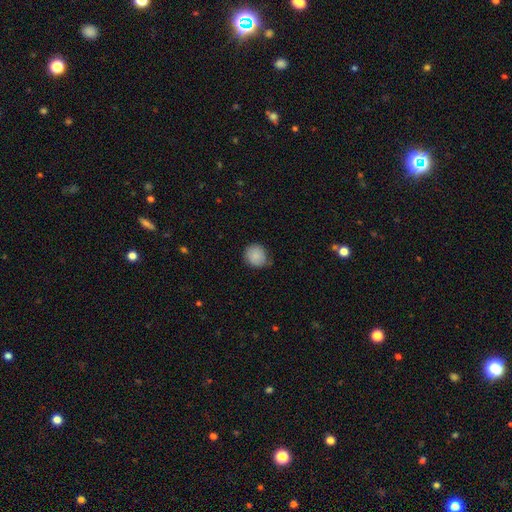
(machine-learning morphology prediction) A smooth galaxy with no disk features (86%) that is round (85%). Merging: none (74%).